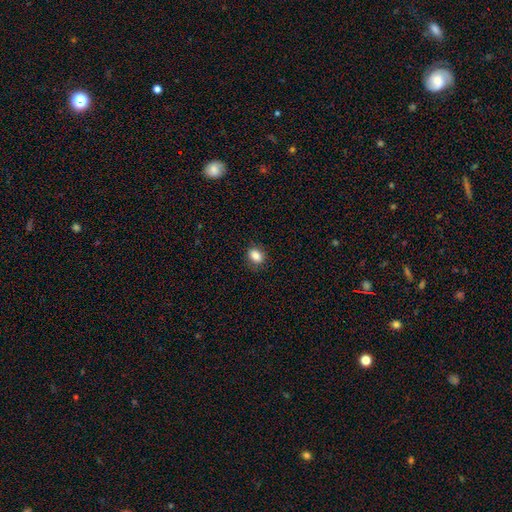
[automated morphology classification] This is clearly a smooth galaxy (86%). How rounded: likely in between (66%). Merging: clearly none (85%).